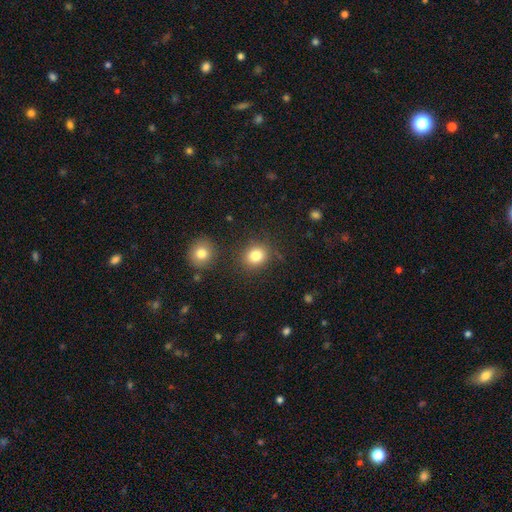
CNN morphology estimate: Smooth or featured? smooth (82%)
How rounded? round (73%)
Merging? none (81%)